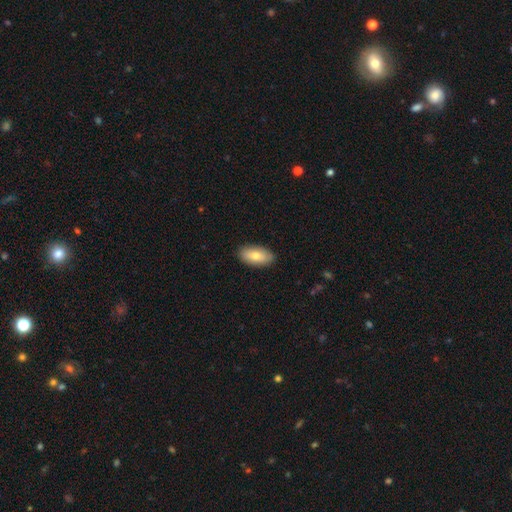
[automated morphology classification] Smooth or featured? smooth (76%)
How rounded? in between (93%)
Merging? none (89%)